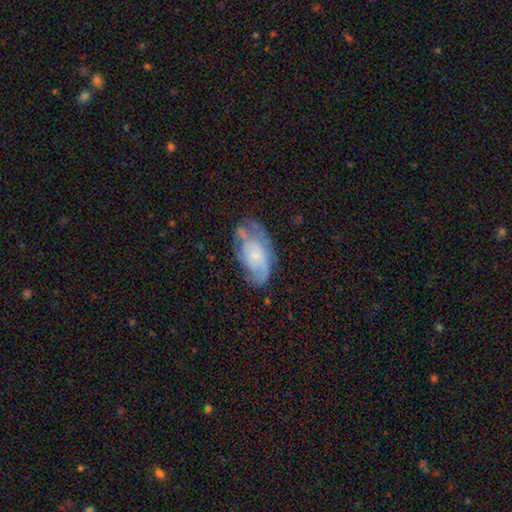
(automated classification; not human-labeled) smooth-or-featured: featured or disk: 59% | smooth: 33% | star or artifact: 8%
  disk-edge-on: no: 95% | yes: 5%
    bar: no: 77% | weak: 20% | strong: 3%
    has-spiral-arms: yes: 65% | no: 35%
    bulge-size: small: 54% | moderate: 20% | none: 20% | large: 5% | dominant: 2%
  merging: none: 47% | minor disturbance: 29% | major disturbance: 20% | merger: 3%